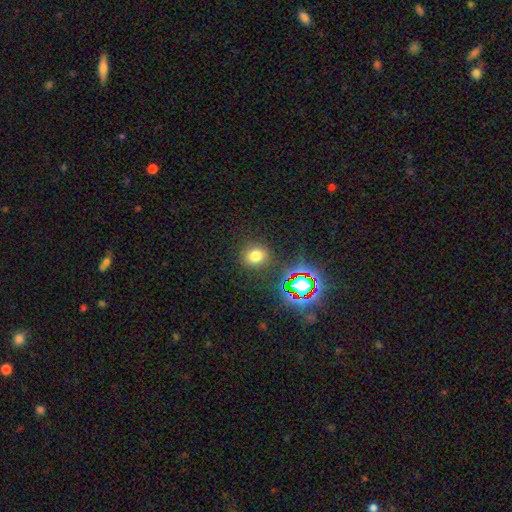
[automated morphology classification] The model was most divided on "smooth or featured": smooth: 71%, star or artifact: 22%, featured or disk: 7%. More confident: merging — none (85%); how rounded — round (75%).